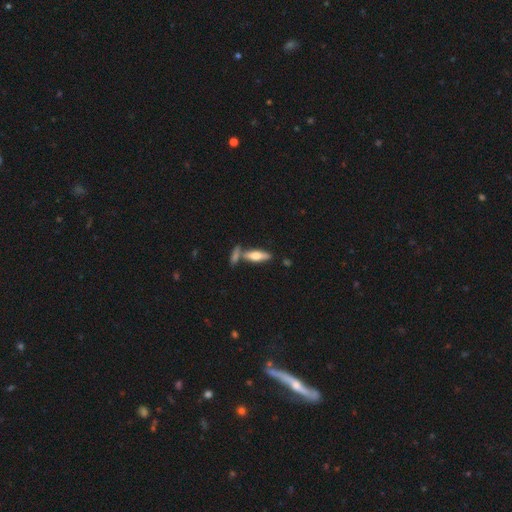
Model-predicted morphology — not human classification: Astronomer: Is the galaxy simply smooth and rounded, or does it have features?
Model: smooth — 53% (runner-up: featured or disk, 40%).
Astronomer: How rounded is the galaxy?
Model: cigar-shaped — 51% (runner-up: in between, 47%).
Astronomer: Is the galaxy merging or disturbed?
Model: none — 60%.